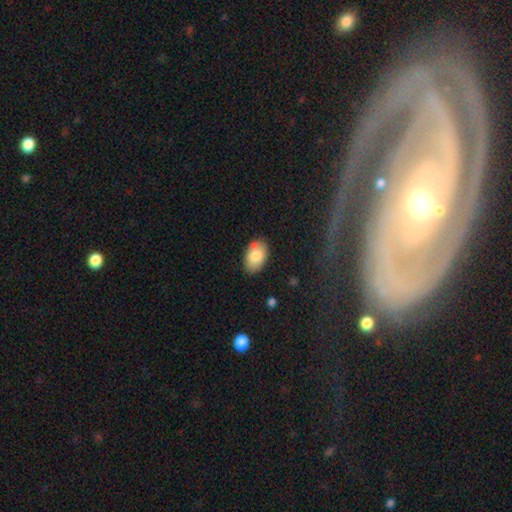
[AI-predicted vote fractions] Smooth or featured: smooth — 80% (featured or disk — 13%)
How rounded: in between — 91% (round — 8%)
Merging: none — 80% (minor disturbance — 14%)